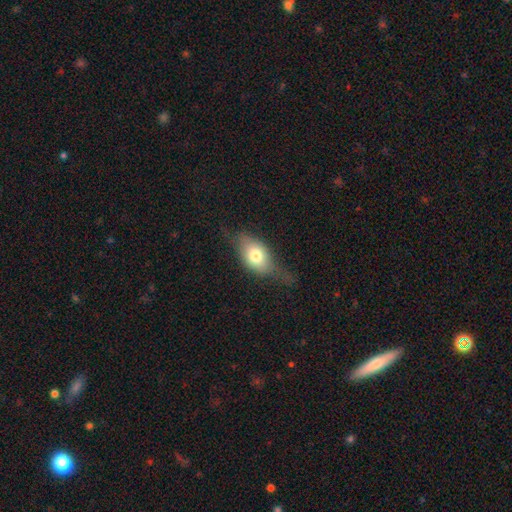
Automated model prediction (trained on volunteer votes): smooth 64%, featured or disk 28%, star or artifact 8%. Down the decision tree: how rounded — in between (79%); merging — none (49%).